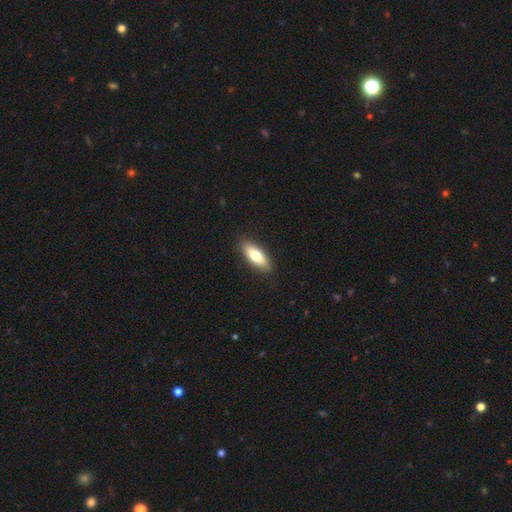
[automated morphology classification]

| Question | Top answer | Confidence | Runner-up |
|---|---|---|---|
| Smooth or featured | smooth | 68% | featured or disk (27%) |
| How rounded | in between | 66% | cigar-shaped (32%) |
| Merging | none | 89% | minor disturbance (8%) |